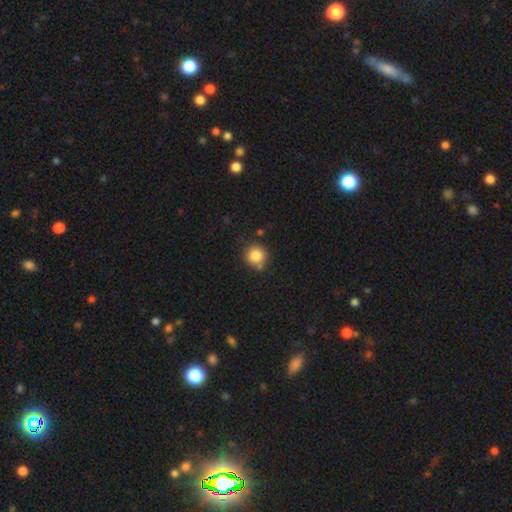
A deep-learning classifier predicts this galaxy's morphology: Smooth or featured?
  - smooth: 84% *
  - star or artifact: 10%
  - featured or disk: 6%
How rounded?
  - round: 92% *
  - in between: 7%
  - cigar-shaped: 1%
Merging?
  - none: 76% *
  - minor disturbance: 13%
  - merger: 7%
  - major disturbance: 3%